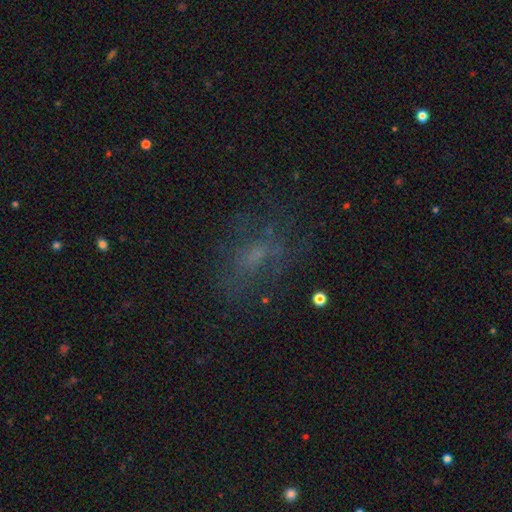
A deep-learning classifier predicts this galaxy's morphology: Smooth or featured? smooth (39%)
Merging? none (58%)